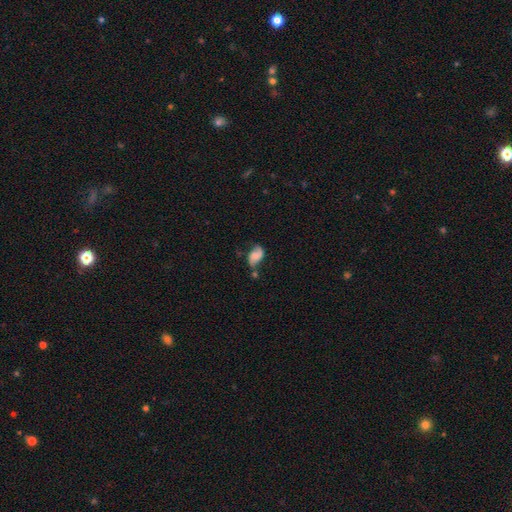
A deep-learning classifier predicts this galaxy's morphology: Q: Smooth or featured?
A: featured or disk (55%); runner-up: smooth (35%)
Q: Edge-on disk?
A: no (96%); runner-up: yes (4%)
Q: Bar?
A: no (62%); runner-up: weak (30%)
Q: Spiral arms?
A: yes (88%); runner-up: no (12%)
Q: Bulge size?
A: none (37%); runner-up: small (26%)
Q: Merging?
A: none (43%); runner-up: minor disturbance (26%)